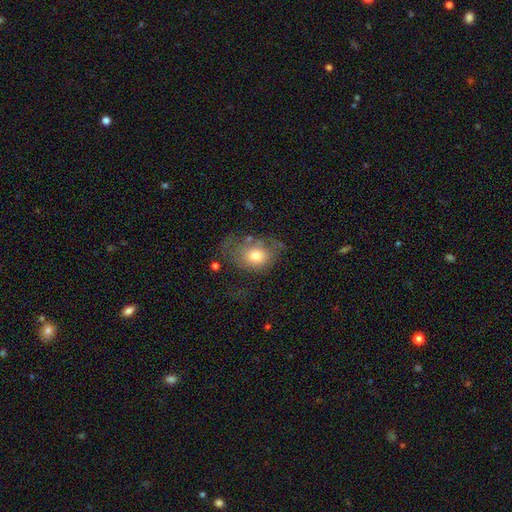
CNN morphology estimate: Smooth or featured? smooth (66%)
How rounded? in between (65%)
Merging? none (35%)